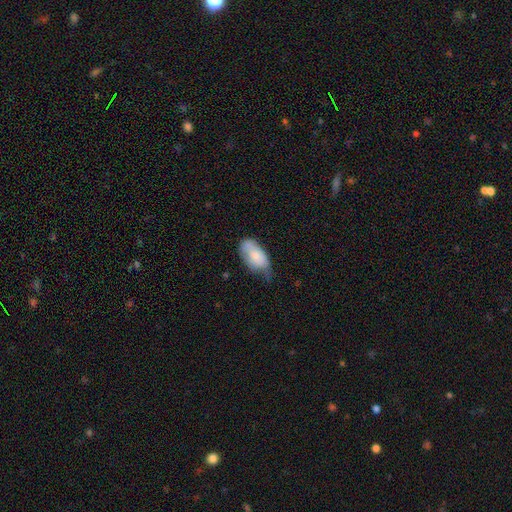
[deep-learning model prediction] Smooth or featured? smooth (73%)
How rounded? in between (94%)
Merging? minor disturbance (48%)